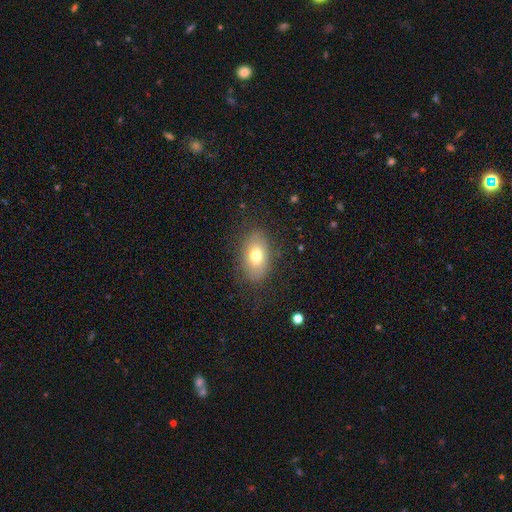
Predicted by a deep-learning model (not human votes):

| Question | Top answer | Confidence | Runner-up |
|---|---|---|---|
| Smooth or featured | smooth | 70% | featured or disk (20%) |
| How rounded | in between | 87% | round (11%) |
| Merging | none | 81% | minor disturbance (13%) |